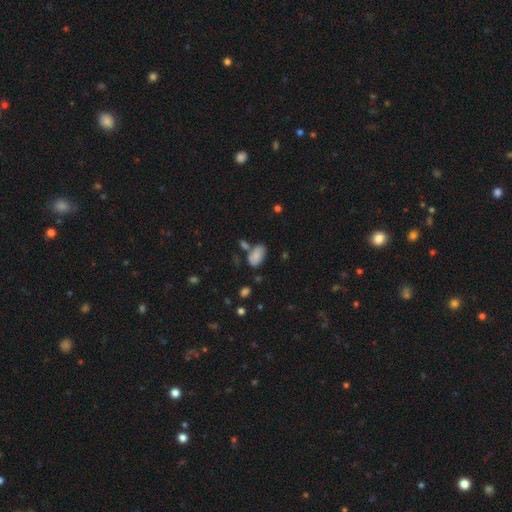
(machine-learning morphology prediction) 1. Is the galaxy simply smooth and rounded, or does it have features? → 84% smooth, 8% star or artifact, 8% featured or disk.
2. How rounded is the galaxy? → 94% in between, 4% round, 2% cigar-shaped.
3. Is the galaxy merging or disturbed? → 58% none, 19% minor disturbance, 17% merger, 6% major disturbance.